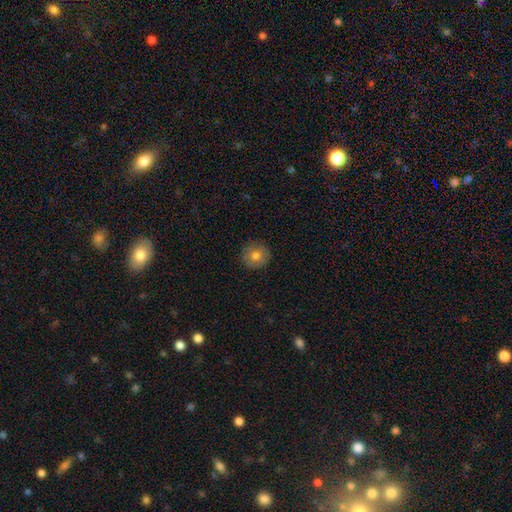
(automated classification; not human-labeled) Morphology: type=smooth (78%); roundness=round (91%); merging=none (90%).